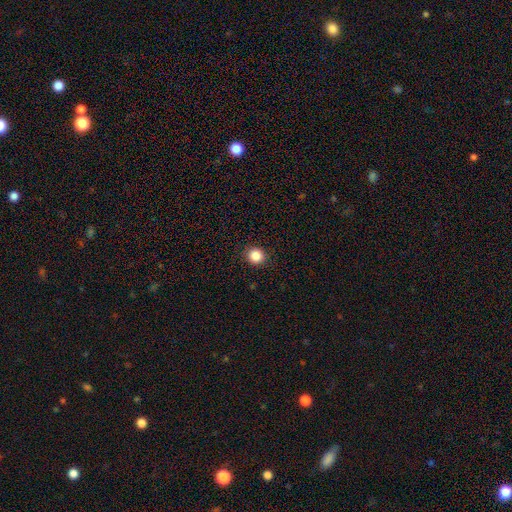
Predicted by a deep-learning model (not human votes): Smooth or featured?
  - smooth: 87% *
  - star or artifact: 10%
  - featured or disk: 3%
How rounded?
  - round: 93% *
  - in between: 6%
  - cigar-shaped: 1%
Merging?
  - none: 91% *
  - minor disturbance: 6%
  - major disturbance: 2%
  - merger: 1%